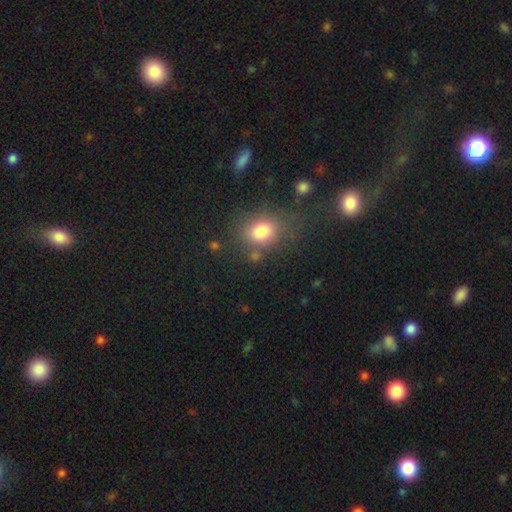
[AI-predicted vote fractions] The model was most divided on "how rounded": in between: 51%, round: 47%, cigar-shaped: 1%. More confident: smooth or featured — smooth (76%); merging — none (70%).